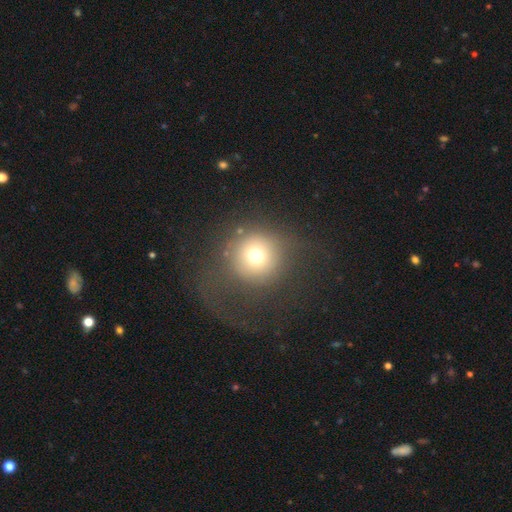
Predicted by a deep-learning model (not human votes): Smooth or featured? smooth (70%)
How rounded? round (94%)
Merging? none (65%)